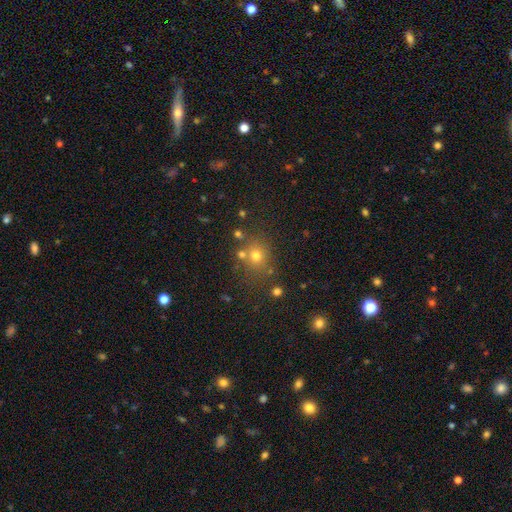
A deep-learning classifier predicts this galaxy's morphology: This is likely a smooth galaxy (68%). How rounded: likely round (79%). Merging: likely none (70%).